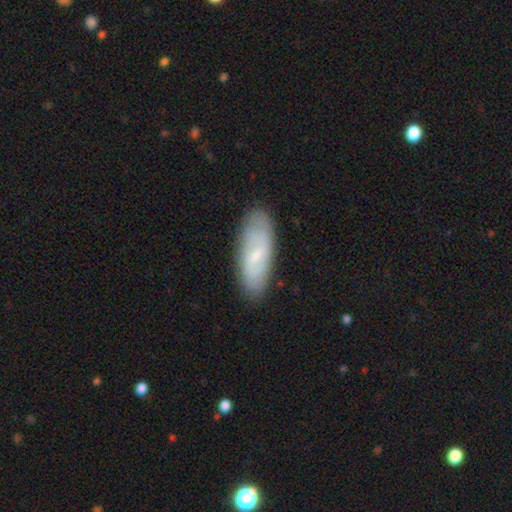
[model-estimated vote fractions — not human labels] featured or disk 50%, smooth 44%, star or artifact 7%. Down the decision tree: merging — none (83%).